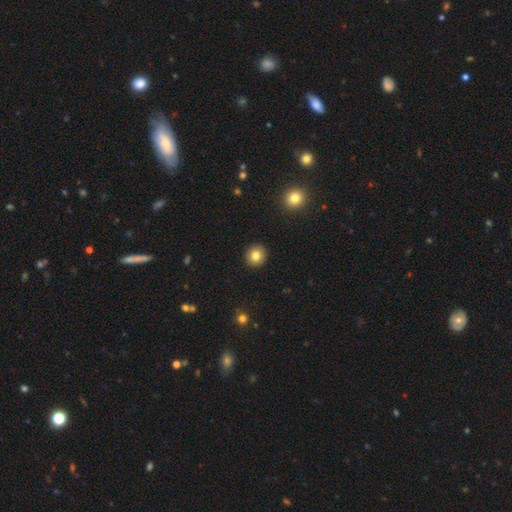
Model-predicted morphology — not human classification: Smooth or featured? Predicted: smooth (p=0.81). How rounded? Predicted: round (p=0.88). Merging? Predicted: none (p=0.92).